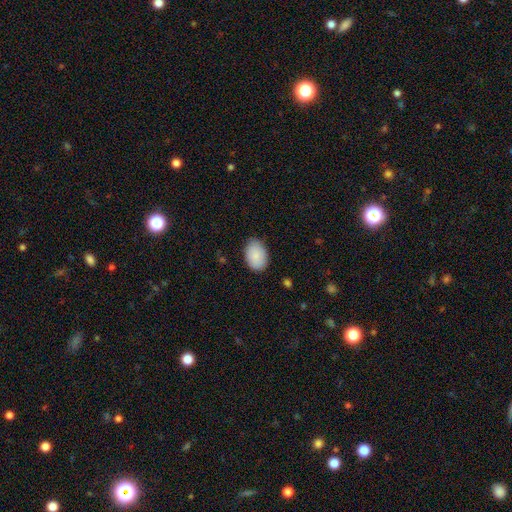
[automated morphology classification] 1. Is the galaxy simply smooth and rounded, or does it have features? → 89% smooth, 6% star or artifact, 5% featured or disk.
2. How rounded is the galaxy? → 87% in between, 12% round, 1% cigar-shaped.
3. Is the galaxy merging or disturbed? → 84% none, 13% minor disturbance, 2% major disturbance, 1% merger.